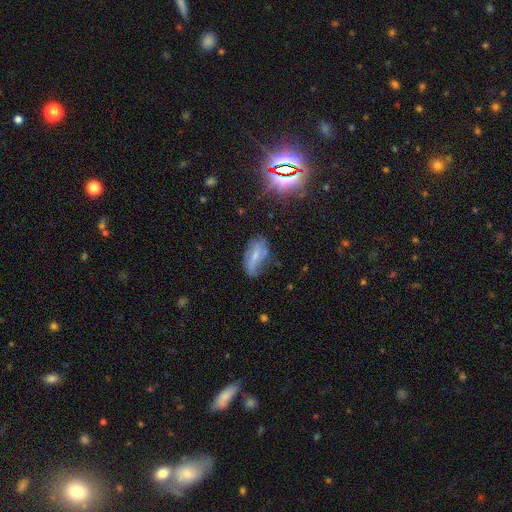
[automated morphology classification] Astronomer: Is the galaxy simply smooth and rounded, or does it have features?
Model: featured or disk — 46% (runner-up: smooth, 39%).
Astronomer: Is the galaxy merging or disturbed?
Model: none — 53% (runner-up: minor disturbance, 29%).